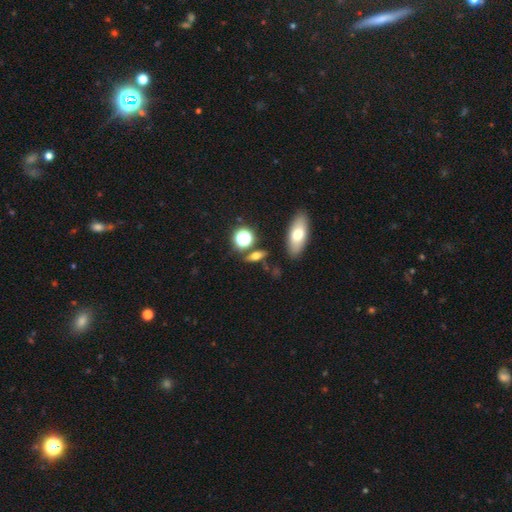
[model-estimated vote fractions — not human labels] Overall: smooth (56%; featured or disk 25%). How rounded: in between (46%; cigar-shaped 28%). Merging: none (78%).